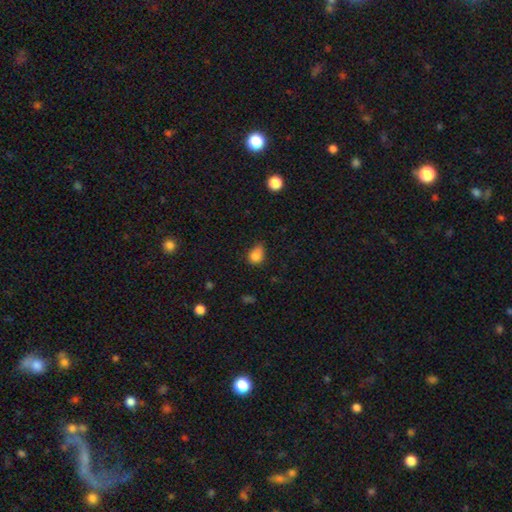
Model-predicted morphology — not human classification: Smooth or featured? smooth (82%)
How rounded? in between (51%)
Merging? minor disturbance (43%, tied with none)